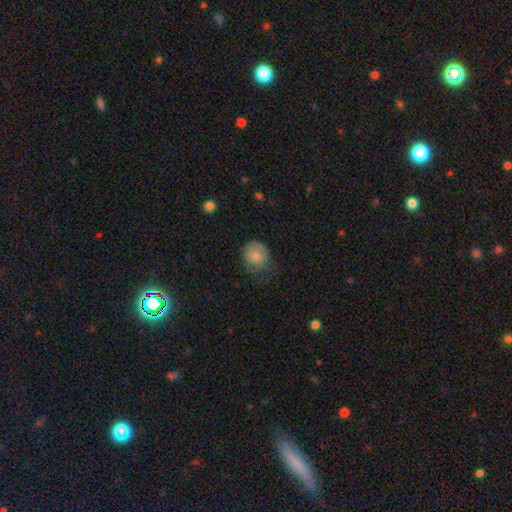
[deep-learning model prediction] Morphology: type=smooth (80%); roundness=round (76%); merging=none (58%).